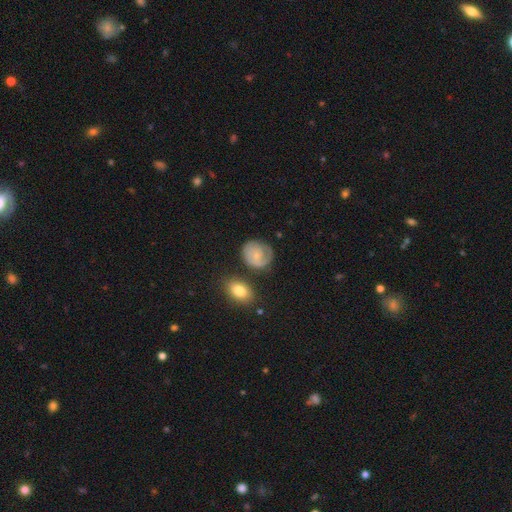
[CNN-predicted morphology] type=smooth (50%); roundness=round (69%); merging=none (60%).